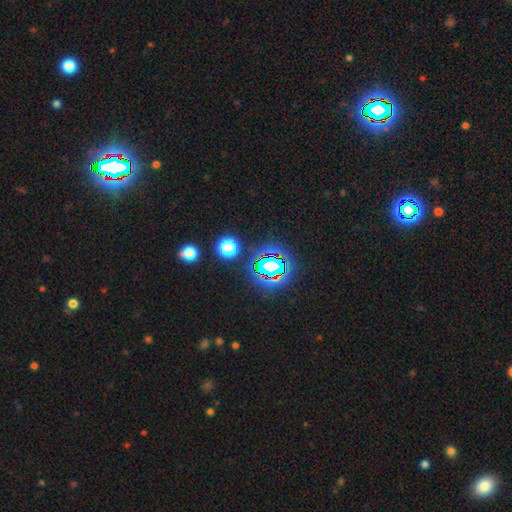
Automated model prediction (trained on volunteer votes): star or artifact 81%, smooth 12%, featured or disk 7%.